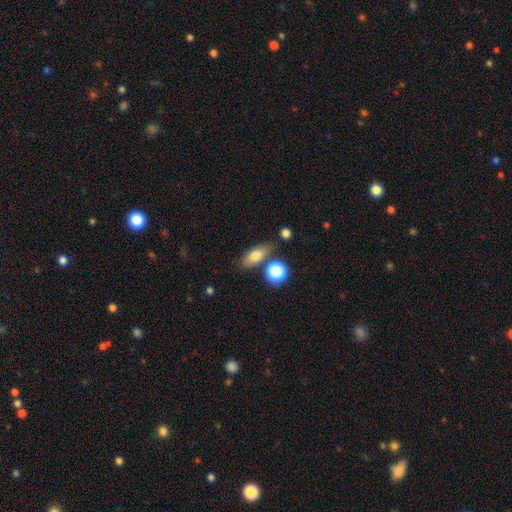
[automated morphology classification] This is likely a smooth galaxy (74%). How rounded: likely in between (71%). Merging: likely none (74%).